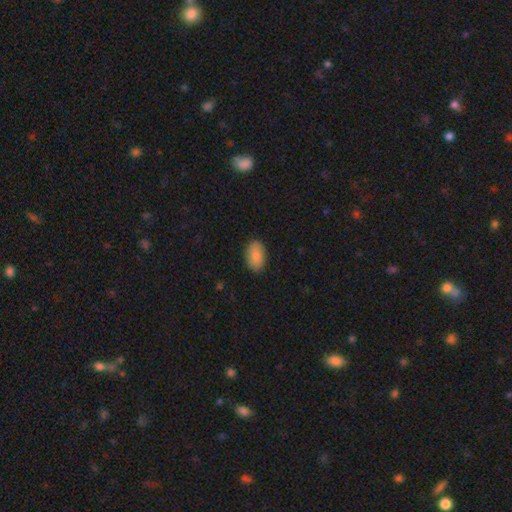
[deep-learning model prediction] Morphology: type=smooth (87%); roundness=in between (90%); merging=none (86%).